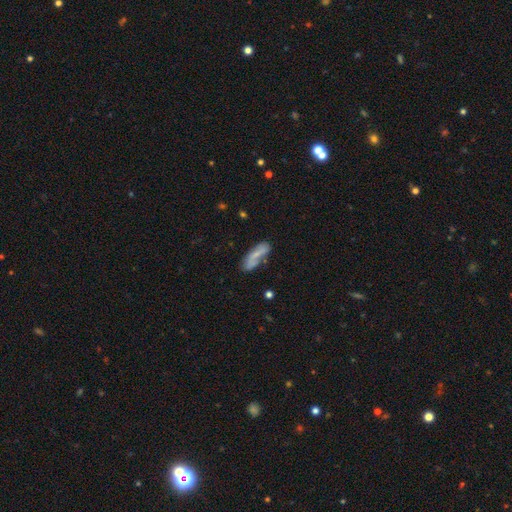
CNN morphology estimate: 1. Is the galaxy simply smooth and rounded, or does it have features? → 57% smooth, 35% featured or disk, 8% star or artifact.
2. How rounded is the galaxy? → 55% in between, 43% cigar-shaped, 3% round.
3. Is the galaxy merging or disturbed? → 57% none, 24% minor disturbance, 9% major disturbance, 9% merger.